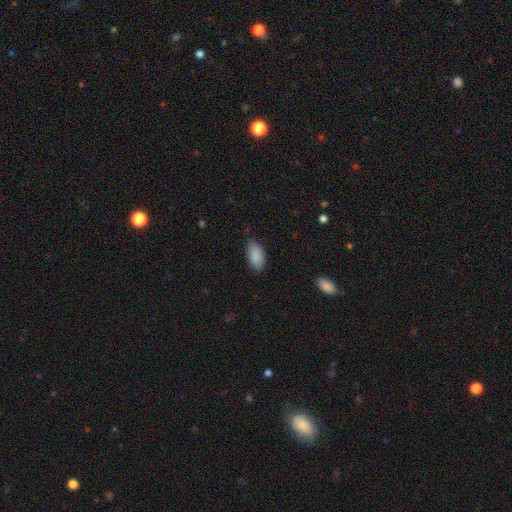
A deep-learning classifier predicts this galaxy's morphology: Smooth or featured?
  - smooth: 89% *
  - star or artifact: 6%
  - featured or disk: 4%
How rounded?
  - in between: 93% *
  - cigar-shaped: 5%
  - round: 2%
Merging?
  - none: 80% *
  - minor disturbance: 16%
  - major disturbance: 3%
  - merger: 1%